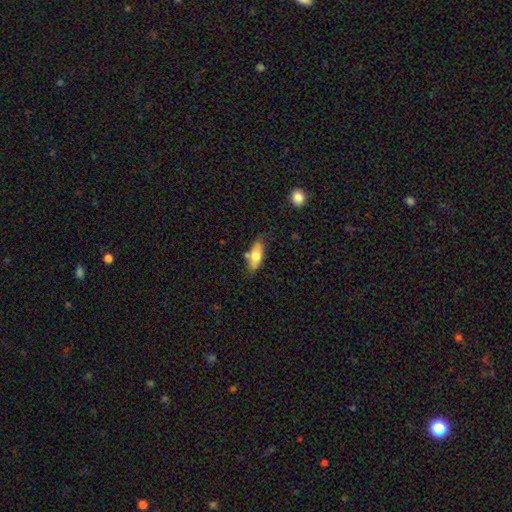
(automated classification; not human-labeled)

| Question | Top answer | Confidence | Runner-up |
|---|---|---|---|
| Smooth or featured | smooth | 69% | featured or disk (25%) |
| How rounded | in between | 76% | cigar-shaped (21%) |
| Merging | none | 65% | minor disturbance (22%) |